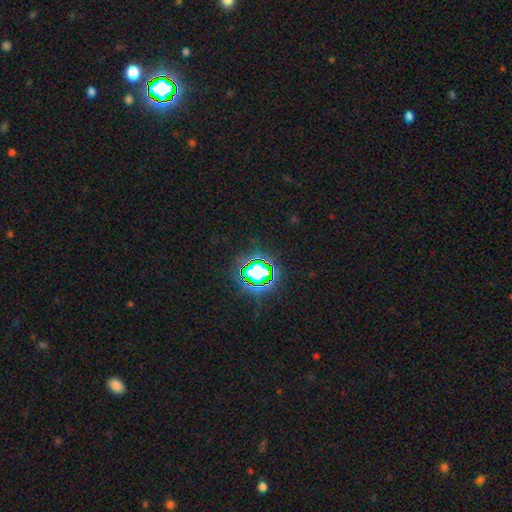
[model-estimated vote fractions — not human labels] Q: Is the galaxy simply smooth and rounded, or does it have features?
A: star or artifact — 80%.